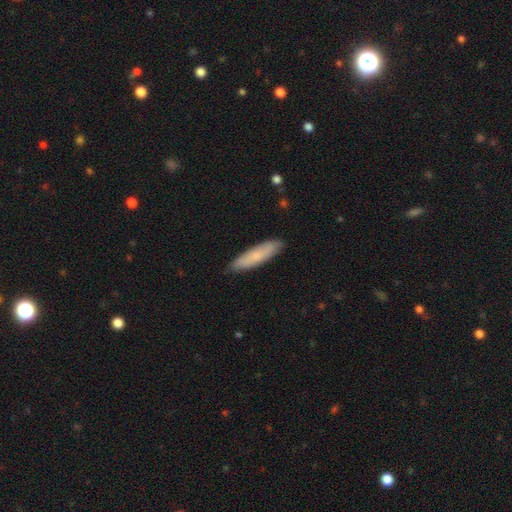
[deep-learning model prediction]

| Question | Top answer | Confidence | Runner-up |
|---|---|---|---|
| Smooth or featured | smooth | 74% | featured or disk (20%) |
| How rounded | cigar-shaped | 73% | in between (26%) |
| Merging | none | 86% | minor disturbance (11%) |